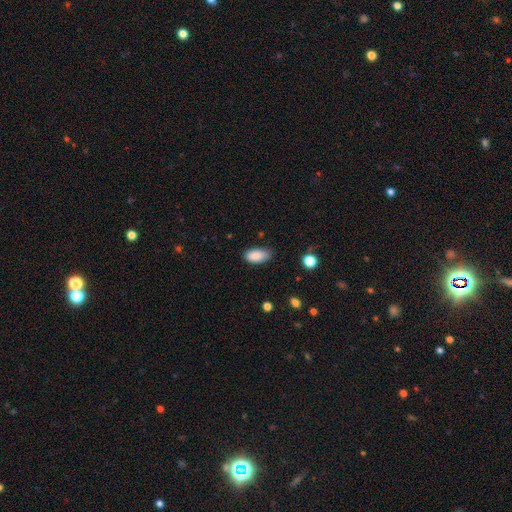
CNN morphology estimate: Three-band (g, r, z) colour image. It shows a smooth galaxy with no disk features (88%) that is in between round and cigar-shaped (93%). Merging: none (71%).